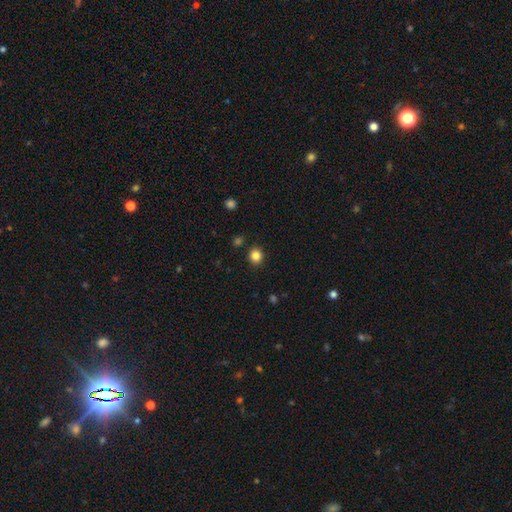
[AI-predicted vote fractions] This is clearly a smooth galaxy (84%). How rounded: clearly round (83%). Merging: clearly none (88%).